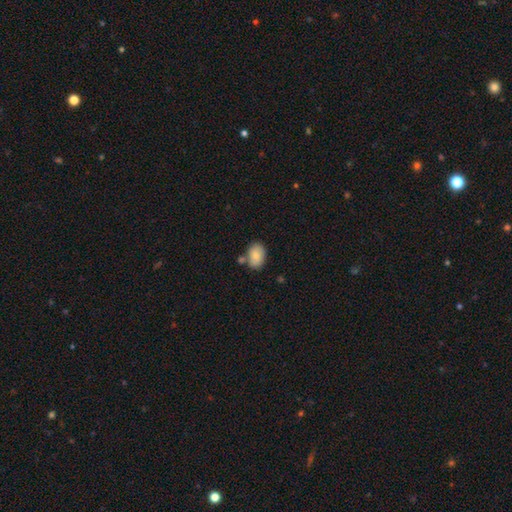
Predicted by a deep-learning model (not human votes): A smooth galaxy with no disk features (82%) that is in between round and cigar-shaped (84%).

Vote fractions:
- Smooth or featured? smooth: 82% / featured or disk: 11% / star or artifact: 7%
- How rounded? in between: 84% / round: 14% / cigar-shaped: 1%
- Merging? none: 64% / merger: 16% / minor disturbance: 16% / major disturbance: 4%